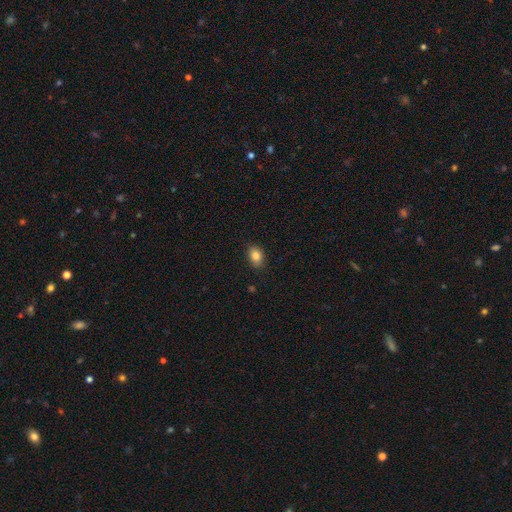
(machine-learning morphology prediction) A smooth galaxy with no disk features (84%) that is in between round and cigar-shaped (78%). Merging: none (86%).